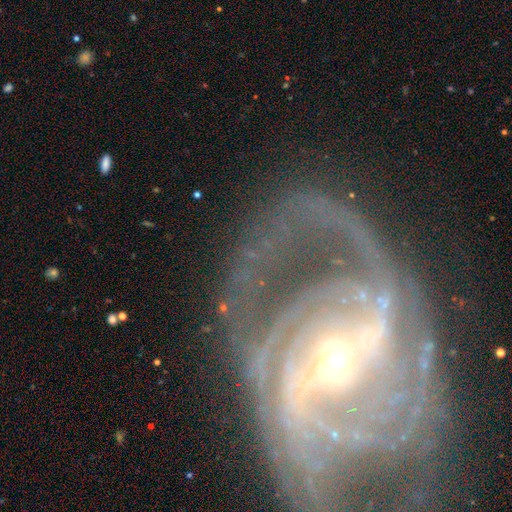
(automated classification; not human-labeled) Q: Smooth or featured?
A: featured or disk (89%); runner-up: star or artifact (6%)
Q: Edge-on disk?
A: no (96%); runner-up: yes (4%)
Q: Bar?
A: strong (44%); runner-up: weak (36%)
Q: Spiral arms?
A: yes (96%); runner-up: no (4%)
Q: Spiral winding?
A: tight (45%); runner-up: medium (41%)
Q: Spiral arm count?
A: 2 (44%); runner-up: can't tell (18%)
Q: Bulge size?
A: small (59%); runner-up: moderate (36%)
Q: Merging?
A: none (65%); runner-up: minor disturbance (17%)